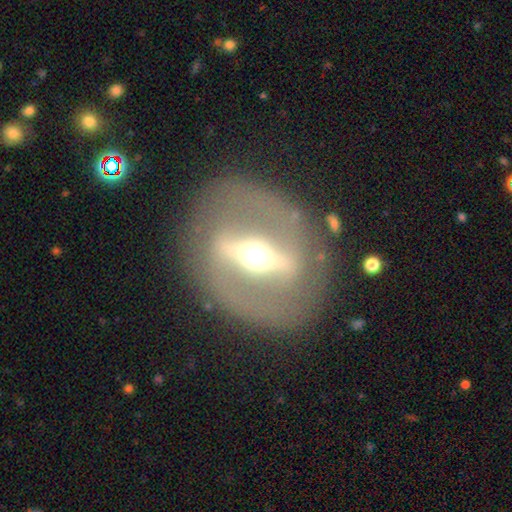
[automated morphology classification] This appears to be a featured or disk galaxy (82%) with a strong bar (83%), no spiral arms (69%) and a moderate central bulge (69%). Merging: none (84%).